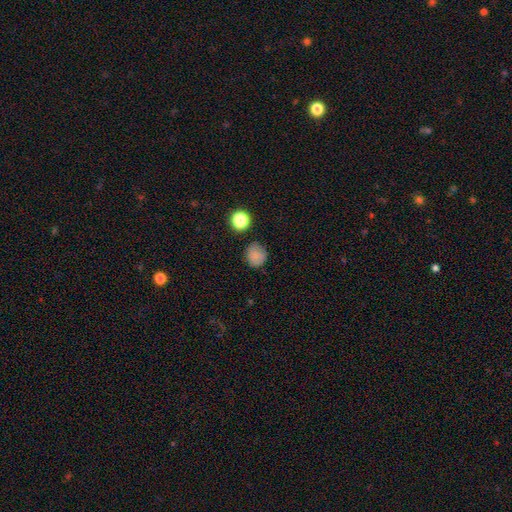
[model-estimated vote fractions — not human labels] Overall: smooth (81%). How rounded: round (86%). Merging: none (78%).